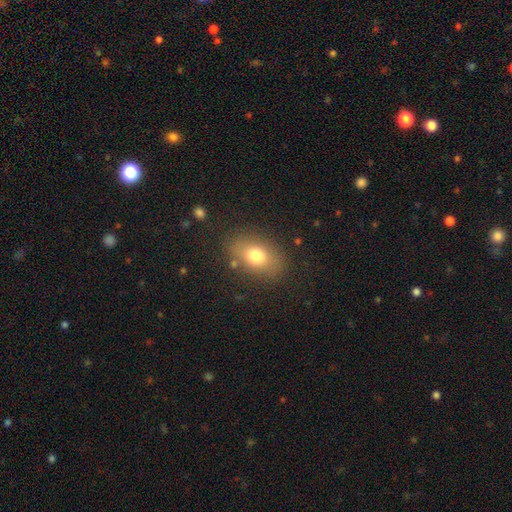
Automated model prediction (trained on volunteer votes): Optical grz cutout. It shows a smooth galaxy with no disk features (76%) that is in between round and cigar-shaped (79%). Merging: none (81%).